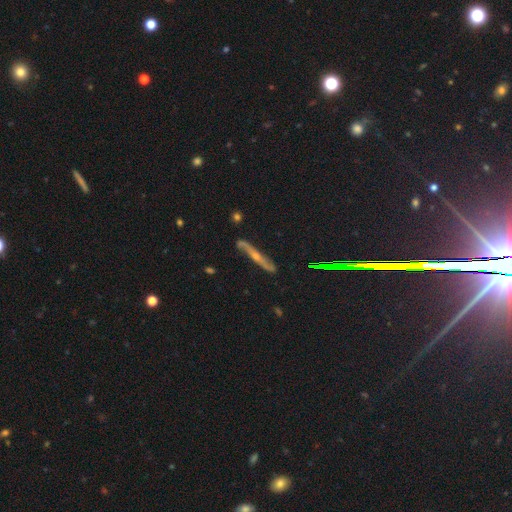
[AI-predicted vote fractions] Smooth or featured: featured or disk — 70% (smooth — 19%)
Edge-on disk: yes — 81% (no — 19%)
Edge-on bulge: rounded — 76% (none — 19%)
Merging: none — 75% (minor disturbance — 18%)